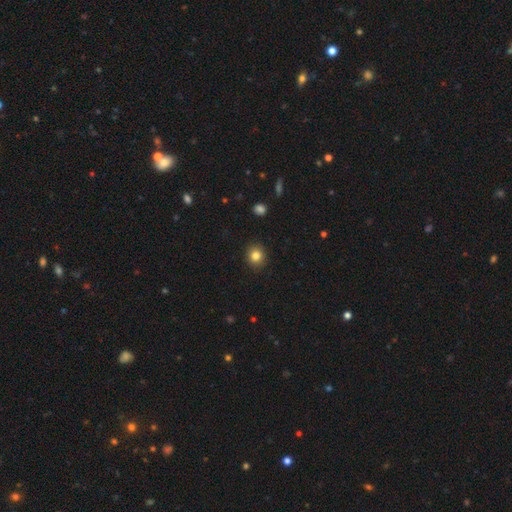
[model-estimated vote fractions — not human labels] Morphology: type=smooth (83%); roundness=round (86%); merging=none (91%).